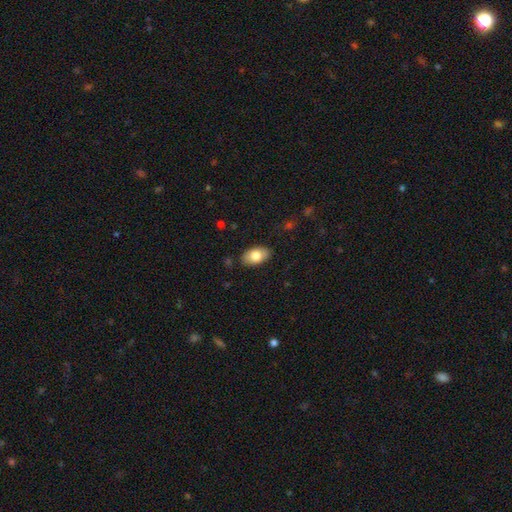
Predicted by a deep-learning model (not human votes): smooth_or_featured: smooth (p=0.78) [alt: featured or disk p=0.15]
how_rounded: in between (p=0.93) [alt: round p=0.05]
merging: none (p=0.86) [alt: minor disturbance p=0.11]